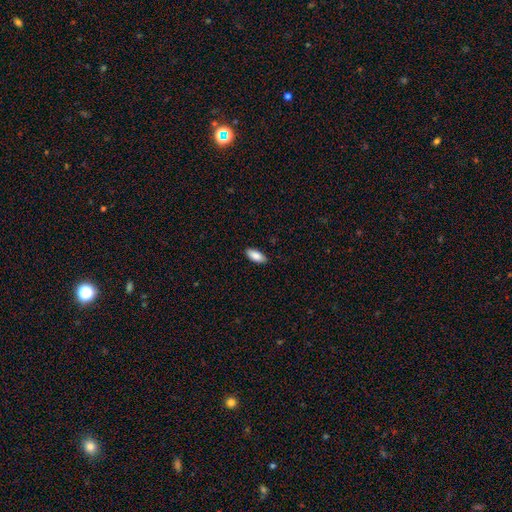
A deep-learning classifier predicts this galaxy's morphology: This is clearly a smooth galaxy (87%). How rounded: clearly in between (88%). Merging: clearly none (88%).